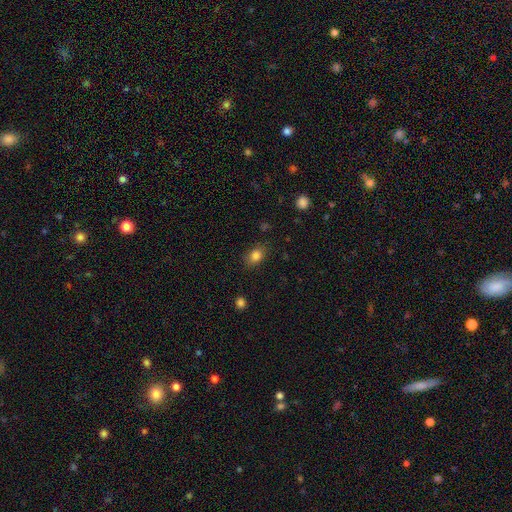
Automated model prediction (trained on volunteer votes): A smooth galaxy with no disk features (84%) that is in between round and cigar-shaped (65%).

Vote fractions:
- Smooth or featured? smooth: 84% / star or artifact: 11% / featured or disk: 6%
- How rounded? in between: 65% / round: 34% / cigar-shaped: 1%
- Merging? none: 82% / minor disturbance: 13% / major disturbance: 3% / merger: 1%